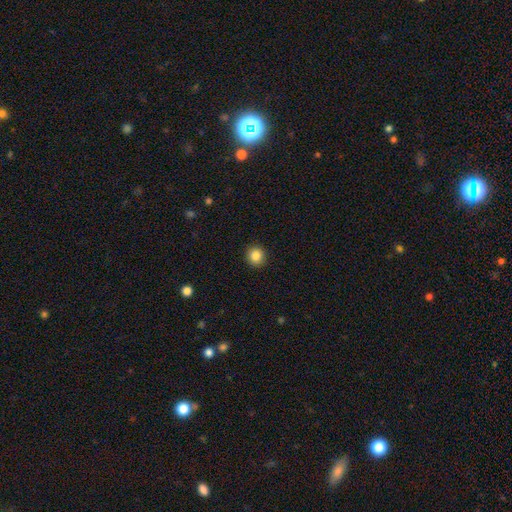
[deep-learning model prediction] This appears to be a smooth galaxy with no disk features (85%) that is round (90%). Merging: none (92%).